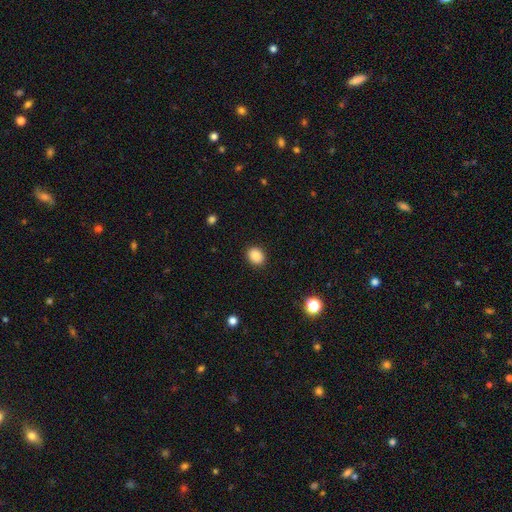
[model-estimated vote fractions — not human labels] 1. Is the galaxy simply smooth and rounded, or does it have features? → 88% smooth, 9% star or artifact, 3% featured or disk.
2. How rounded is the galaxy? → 52% round, 47% in between, 1% cigar-shaped.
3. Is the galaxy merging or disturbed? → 90% none, 7% minor disturbance, 2% major disturbance, 1% merger.